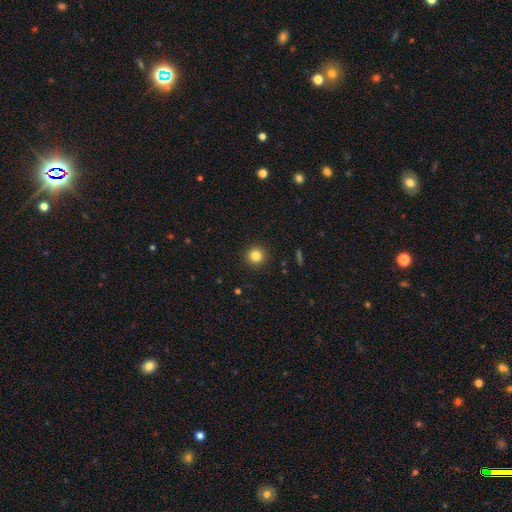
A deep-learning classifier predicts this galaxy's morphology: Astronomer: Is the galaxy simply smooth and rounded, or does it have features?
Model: smooth — 83%.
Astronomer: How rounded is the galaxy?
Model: round — 95%.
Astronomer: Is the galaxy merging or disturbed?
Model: none — 92%.